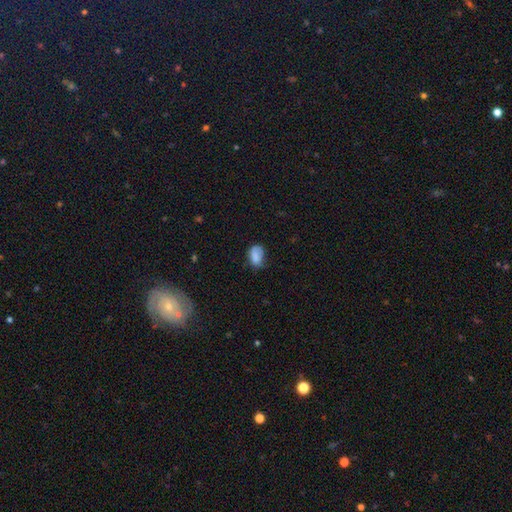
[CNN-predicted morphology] Smooth or featured: smooth — 80% (featured or disk — 11%)
How rounded: in between — 81% (round — 18%)
Merging: none — 49% (minor disturbance — 35%)